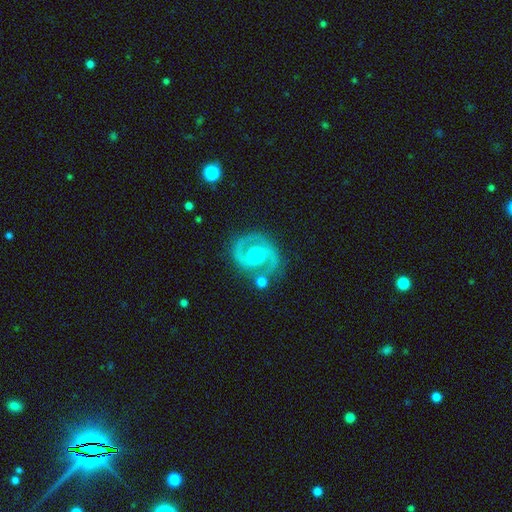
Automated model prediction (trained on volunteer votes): A featured or disk galaxy (91%) with no bar (59%), 2 (92%) medium (51%) spiral arms (98%) and a moderate central bulge (52%). Merging: none (76%).